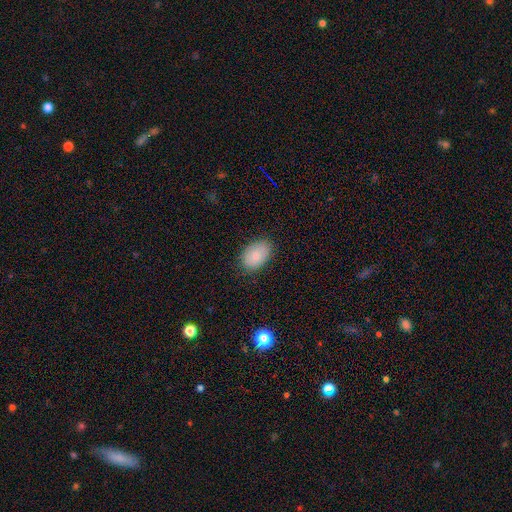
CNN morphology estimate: smooth_or_featured: smooth (p=0.82) [alt: featured or disk p=0.11]
how_rounded: in between (p=0.87) [alt: round p=0.12]
merging: none (p=0.82) [alt: minor disturbance p=0.14]